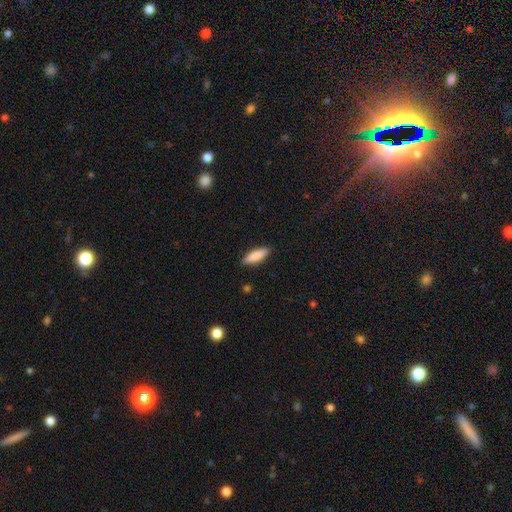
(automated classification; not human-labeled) Morphology: type=smooth (87%); roundness=in between (52%); merging=none (88%).